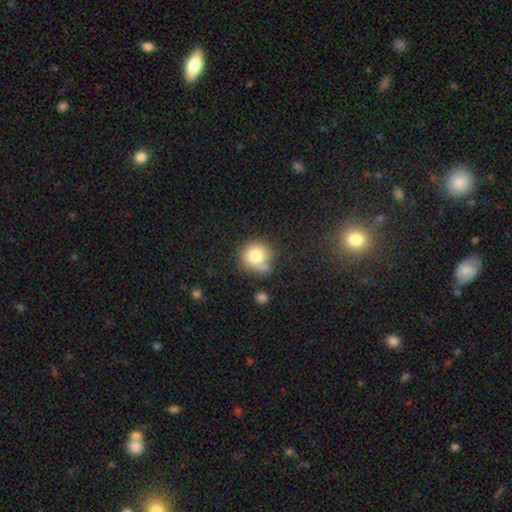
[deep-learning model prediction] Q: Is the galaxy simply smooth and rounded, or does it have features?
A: smooth — 78%.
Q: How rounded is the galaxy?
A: round — 85%.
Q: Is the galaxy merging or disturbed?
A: none — 57%.